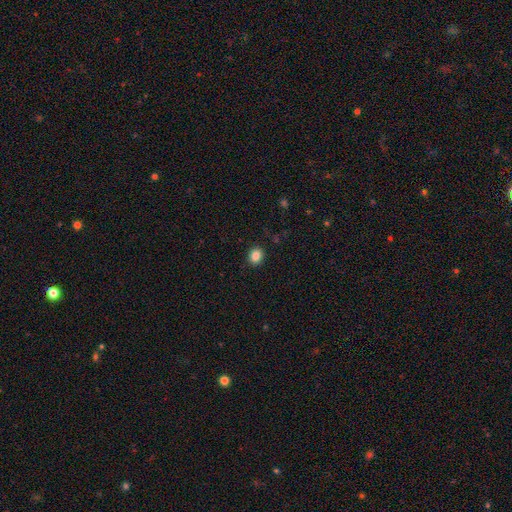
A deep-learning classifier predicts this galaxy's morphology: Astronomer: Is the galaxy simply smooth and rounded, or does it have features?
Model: smooth — 85%.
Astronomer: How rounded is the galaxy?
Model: round — 65%.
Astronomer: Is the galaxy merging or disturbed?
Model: none — 90%.